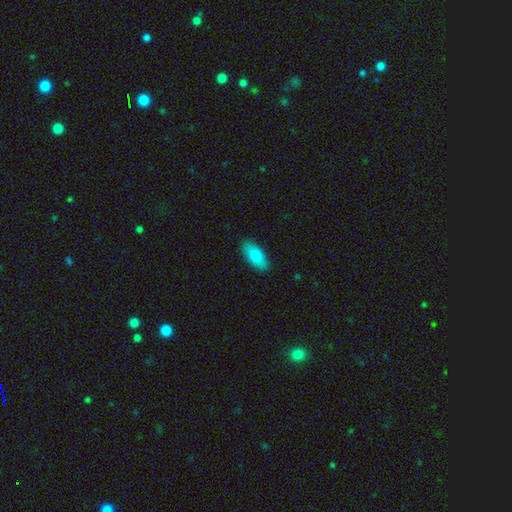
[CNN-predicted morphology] Overall: smooth (82%). How rounded: in between (88%). Merging: none (88%).